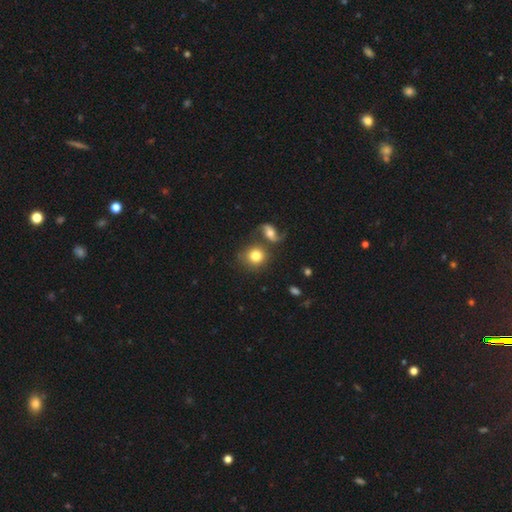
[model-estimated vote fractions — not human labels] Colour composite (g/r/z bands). It shows a smooth galaxy with no disk features (75%) that is round (85%). Merging: none (62%).